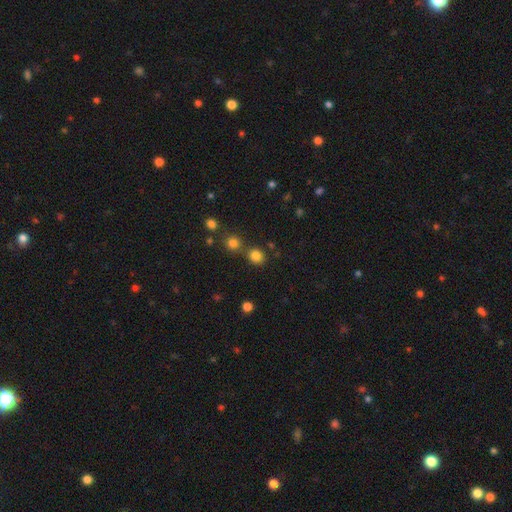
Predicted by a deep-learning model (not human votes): This appears to be a smooth galaxy with no disk features (81%) that is round (78%). Merging: none (72%).